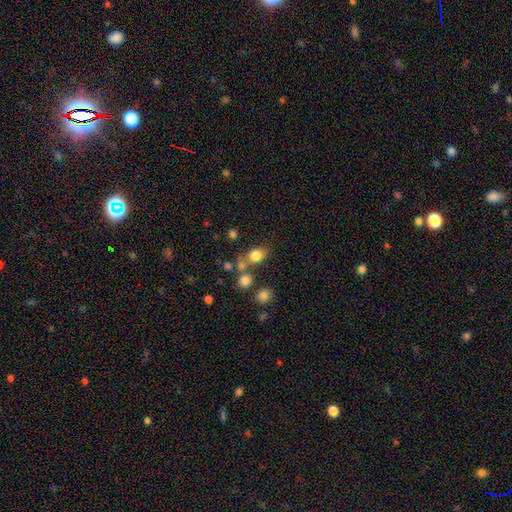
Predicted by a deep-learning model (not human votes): This appears to be a smooth galaxy with no disk features (79%) that is round (57%). Merging: none (59%).